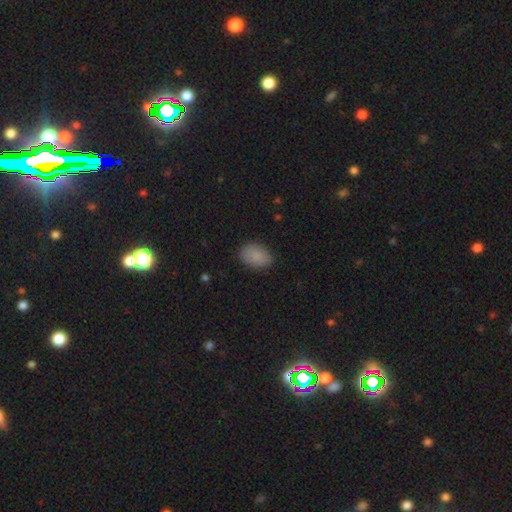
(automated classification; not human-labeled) Smooth or featured?
  - smooth: 87% *
  - star or artifact: 9%
  - featured or disk: 5%
How rounded?
  - in between: 80% *
  - round: 18%
  - cigar-shaped: 1%
Merging?
  - none: 82% *
  - minor disturbance: 14%
  - major disturbance: 3%
  - merger: 1%